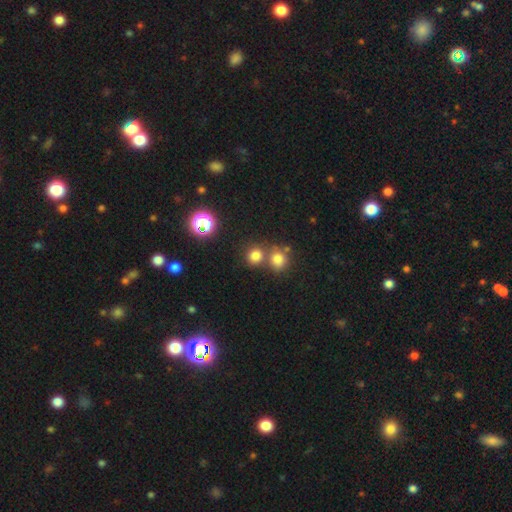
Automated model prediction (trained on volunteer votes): smooth-or-featured: smooth: 75% | star or artifact: 18% | featured or disk: 7%
  how-rounded: round: 85% | in between: 14% | cigar-shaped: 1%
  merging: none: 58% | merger: 31% | minor disturbance: 7% | major disturbance: 3%